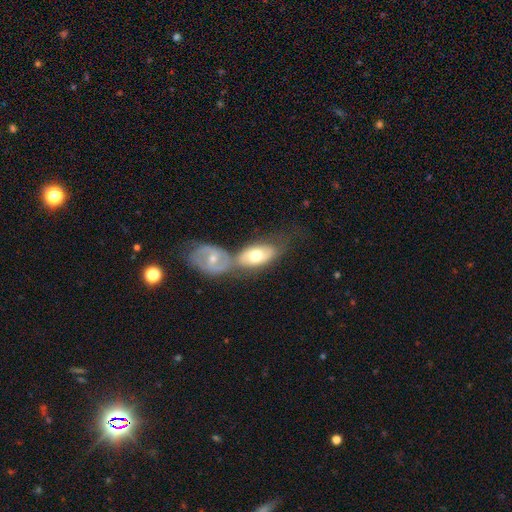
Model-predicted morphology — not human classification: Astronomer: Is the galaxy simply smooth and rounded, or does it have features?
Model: smooth — 51% (runner-up: featured or disk, 44%).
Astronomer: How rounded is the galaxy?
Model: in between — 88%.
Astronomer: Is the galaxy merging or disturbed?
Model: merger — 54% (runner-up: none, 30%).